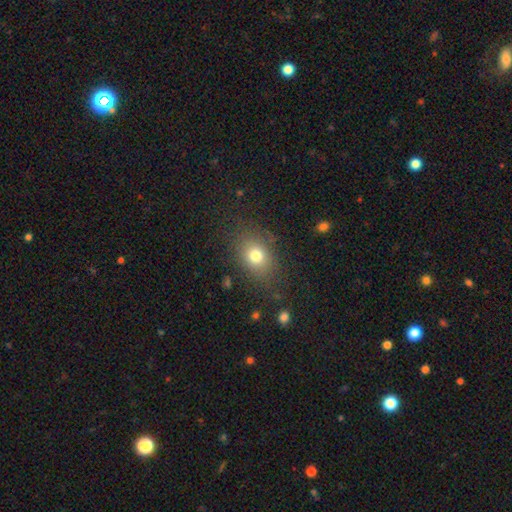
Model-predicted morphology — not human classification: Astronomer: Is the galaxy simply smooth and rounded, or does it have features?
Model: smooth — 76%.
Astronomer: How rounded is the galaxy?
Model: in between — 57% (runner-up: round, 41%).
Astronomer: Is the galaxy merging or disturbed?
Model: none — 79%.